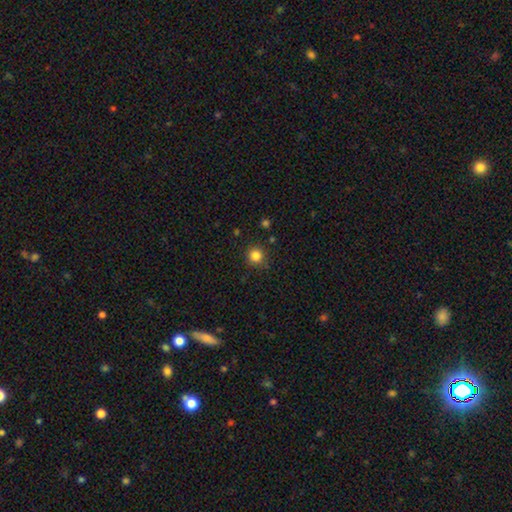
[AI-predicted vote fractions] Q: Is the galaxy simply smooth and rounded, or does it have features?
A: smooth — 84%.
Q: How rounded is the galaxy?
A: round — 95%.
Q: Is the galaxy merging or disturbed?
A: none — 89%.